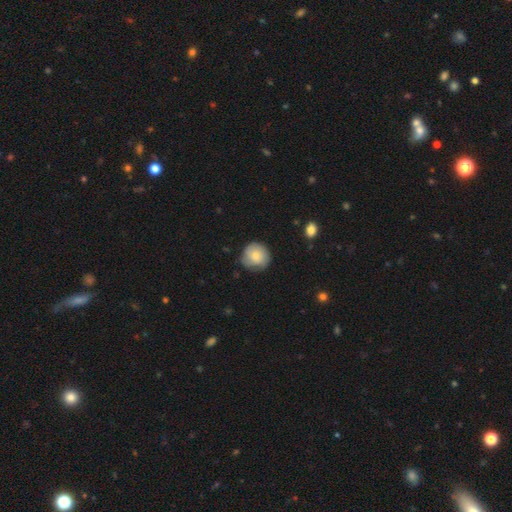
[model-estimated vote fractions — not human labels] smooth_or_featured: smooth (p=0.70) [alt: featured or disk p=0.24]
how_rounded: round (p=0.91) [alt: in between p=0.08]
merging: none (p=0.71) [alt: minor disturbance p=0.23]